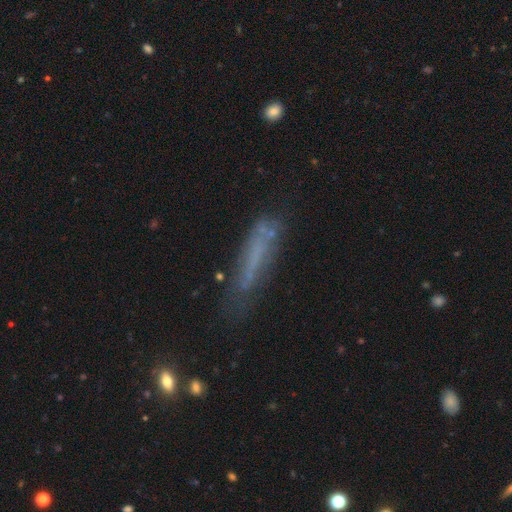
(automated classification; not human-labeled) smooth 50%, featured or disk 37%, star or artifact 13%. Down the decision tree: merging — none (55%).